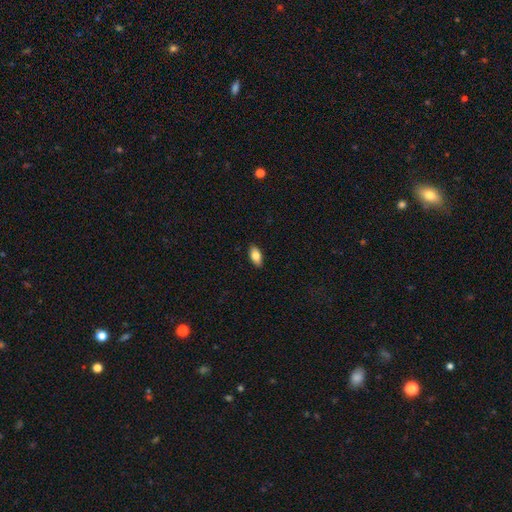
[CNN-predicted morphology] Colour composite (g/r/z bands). It shows a smooth galaxy with no disk features (81%) that is in between round and cigar-shaped (91%). Merging: none (88%).